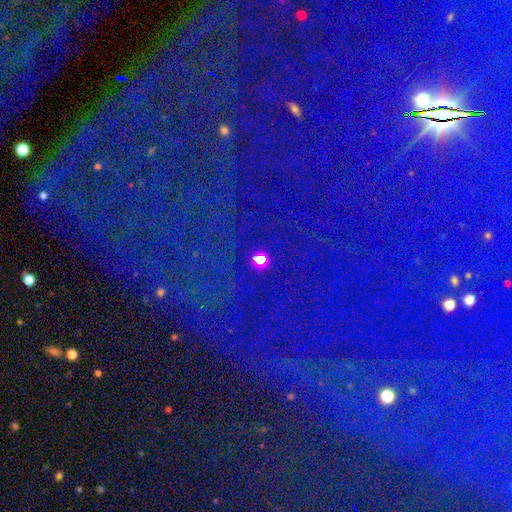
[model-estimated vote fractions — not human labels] Morphology: type=star or artifact (77%).